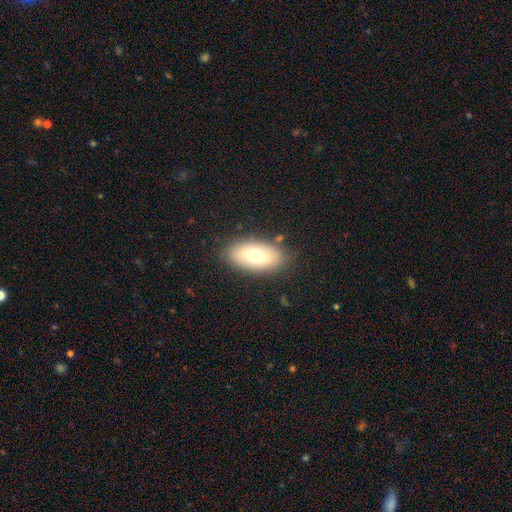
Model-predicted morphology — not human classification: A smooth galaxy with no disk features (65%) that is in between round and cigar-shaped (91%). Merging: none (83%).